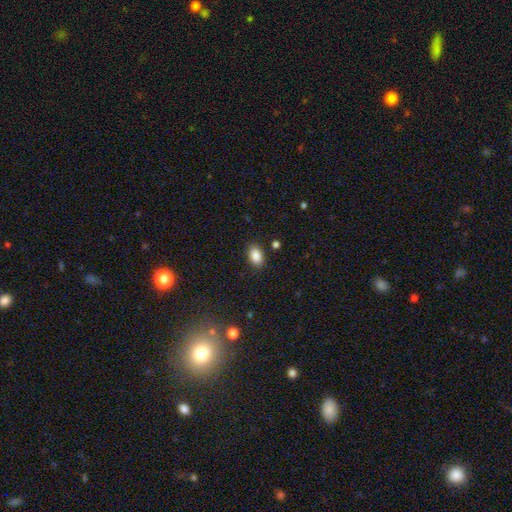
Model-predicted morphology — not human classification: The model was most divided on "merging": none: 86%, minor disturbance: 9%, major disturbance: 3%, merger: 2%. More confident: how rounded — in between (88%); smooth or featured — smooth (87%).